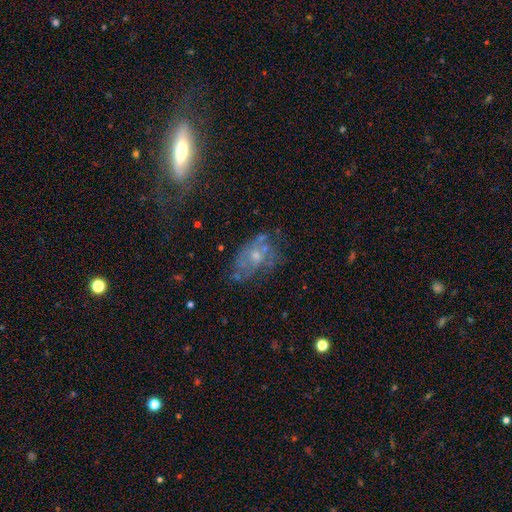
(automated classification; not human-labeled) smooth_or_featured: featured or disk (p=0.57) [alt: smooth p=0.29]
disk_edge_on: no (p=0.95) [alt: yes p=0.05]
bar: no (p=0.84) [alt: weak p=0.14]
has_spiral_arms: no (p=0.53) [alt: yes p=0.47]
bulge_size: small (p=0.54) [alt: moderate p=0.35]
merging: none (p=0.45) [alt: minor disturbance p=0.24]